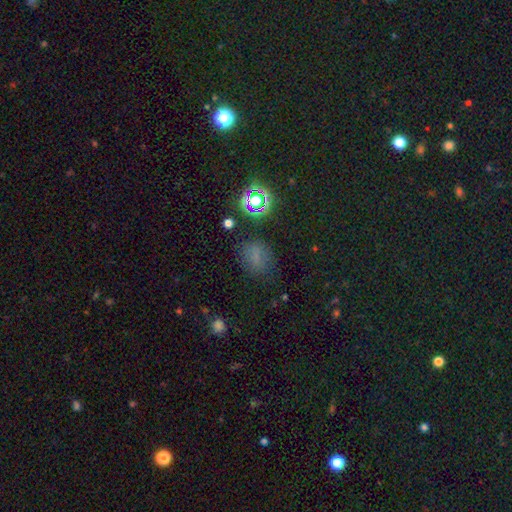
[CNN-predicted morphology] smooth_or_featured: smooth (p=0.61) [alt: star or artifact p=0.30]
how_rounded: round (p=0.52) [alt: in between p=0.46]
merging: none (p=0.75) [alt: minor disturbance p=0.16]